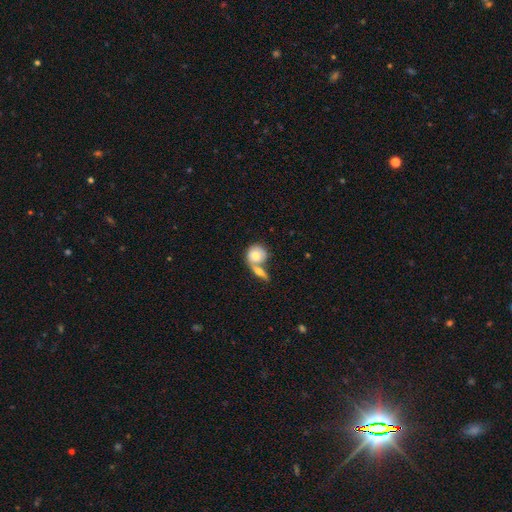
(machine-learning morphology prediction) Overall: smooth (68%). How rounded: round (74%). Merging: merger (57%; none 30%).